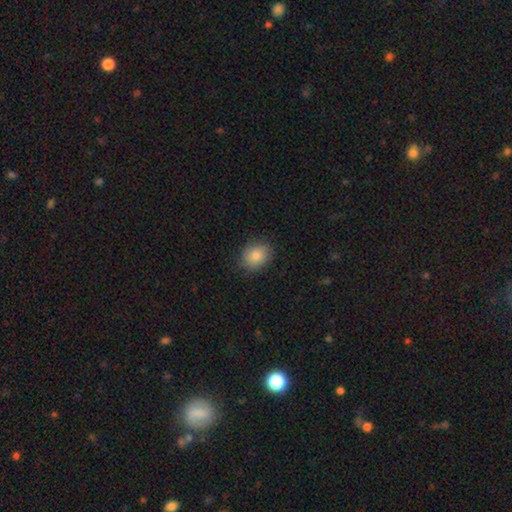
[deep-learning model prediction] A smooth galaxy with no disk features (85%) that is round (52%). Merging: none (85%).